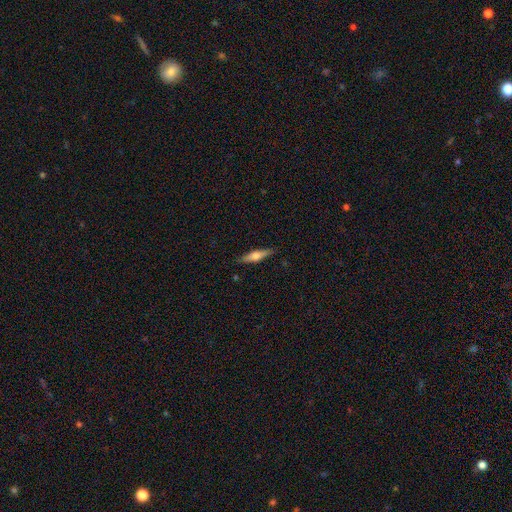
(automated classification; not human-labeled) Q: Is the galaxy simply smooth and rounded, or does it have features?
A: featured or disk — 49%.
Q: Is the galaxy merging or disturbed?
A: none — 87%.